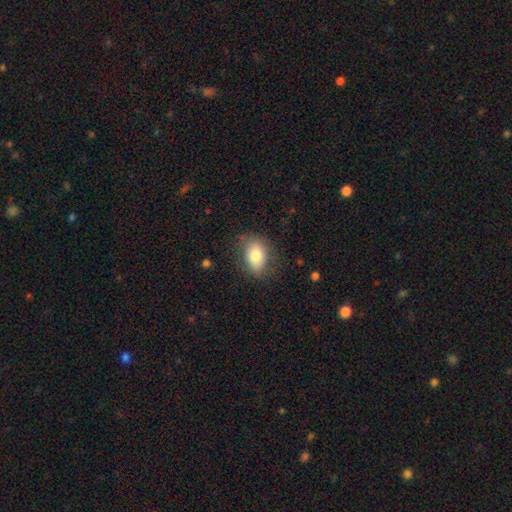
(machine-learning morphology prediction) A smooth galaxy with no disk features (78%) that is in between round and cigar-shaped (81%).

Vote fractions:
- Smooth or featured? smooth: 78% / featured or disk: 14% / star or artifact: 8%
- How rounded? in between: 81% / round: 17% / cigar-shaped: 1%
- Merging? none: 76% / minor disturbance: 18% / major disturbance: 6% / merger: 1%